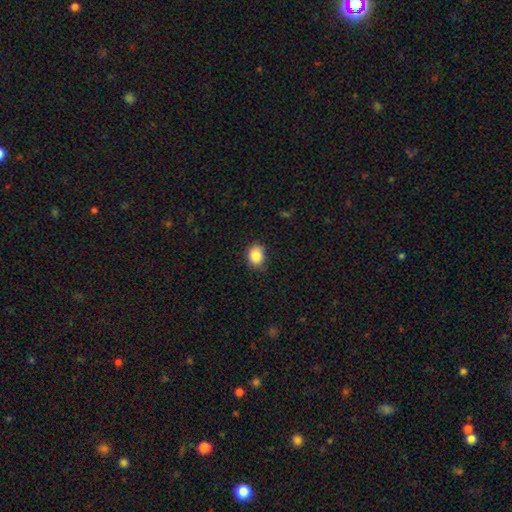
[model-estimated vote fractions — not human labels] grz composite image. It shows a smooth galaxy with no disk features (87%) that is round (51%). Merging: none (79%).